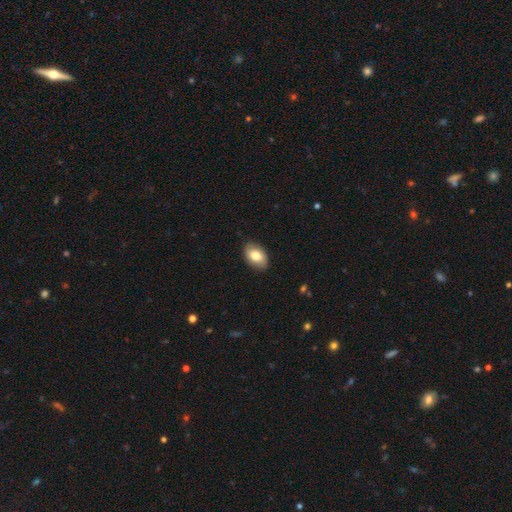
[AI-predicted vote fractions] Smooth or featured?
  - smooth: 79% *
  - featured or disk: 14%
  - star or artifact: 6%
How rounded?
  - in between: 89% *
  - round: 10%
  - cigar-shaped: 1%
Merging?
  - none: 86% *
  - minor disturbance: 11%
  - major disturbance: 2%
  - merger: 1%